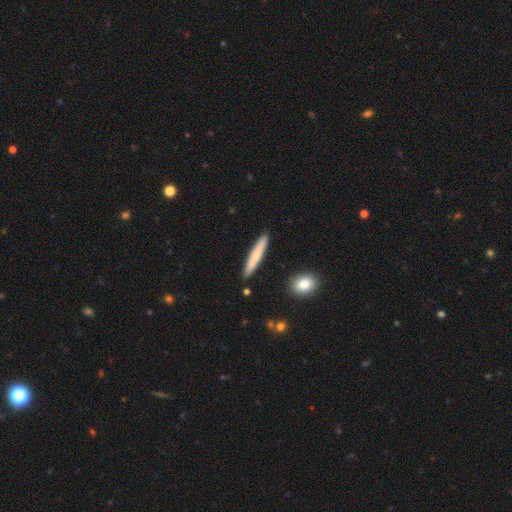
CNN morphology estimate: This is likely a smooth galaxy (66%). How rounded: clearly cigar-shaped (93%). Merging: clearly none (90%).